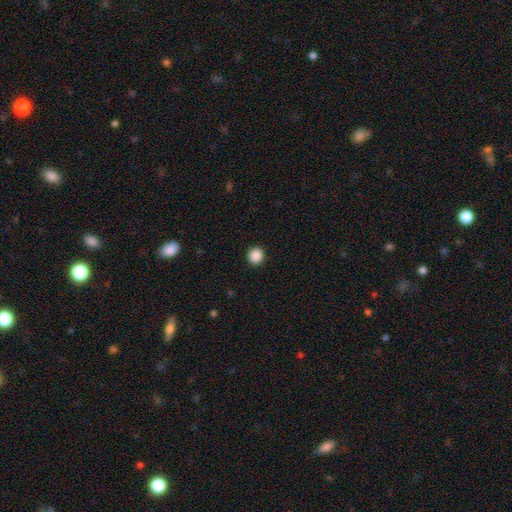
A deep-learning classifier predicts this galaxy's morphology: smooth-or-featured: smooth: 88% | star or artifact: 9% | featured or disk: 2%
  how-rounded: round: 91% | in between: 8% | cigar-shaped: 1%
  merging: none: 93% | minor disturbance: 5% | major disturbance: 2% | merger: 1%